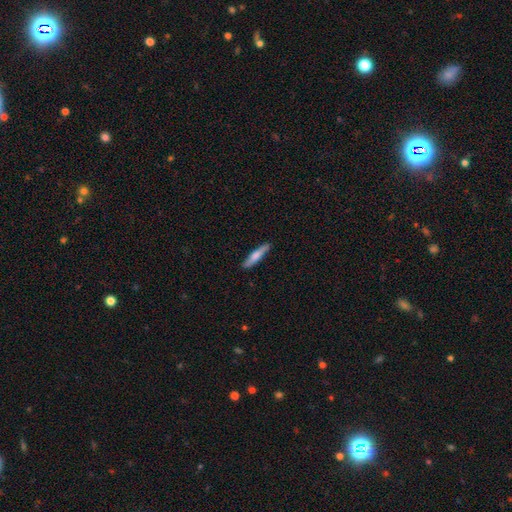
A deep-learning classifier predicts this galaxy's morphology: Smooth or featured? Predicted: smooth (p=0.60). How rounded? Predicted: cigar-shaped (p=0.89). Merging? Predicted: none (p=0.89).